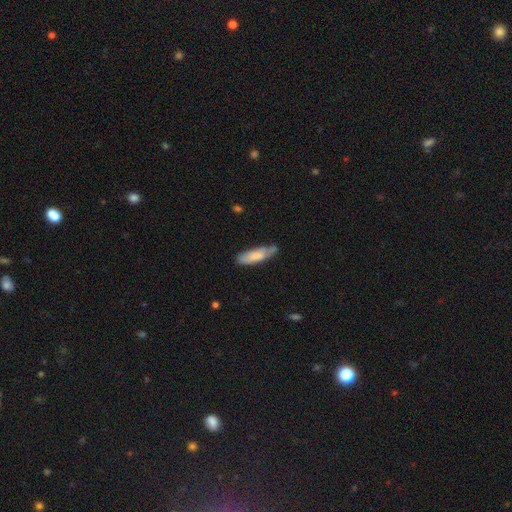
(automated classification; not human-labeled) Smooth or featured? Predicted: smooth (p=0.74). How rounded? Predicted: cigar-shaped (p=0.55). Merging? Predicted: none (p=0.64).